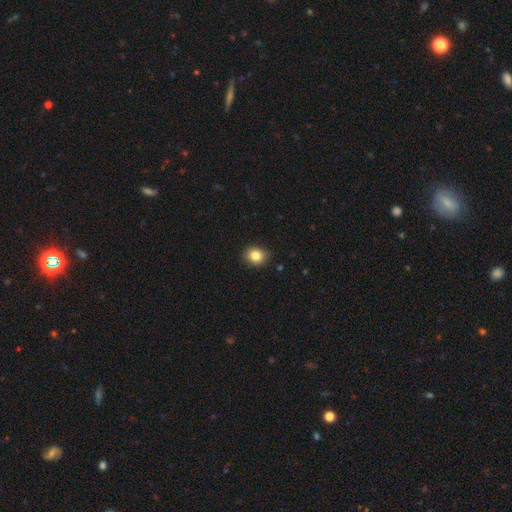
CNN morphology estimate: A smooth galaxy with no disk features (84%) that is round (68%). Merging: none (89%).